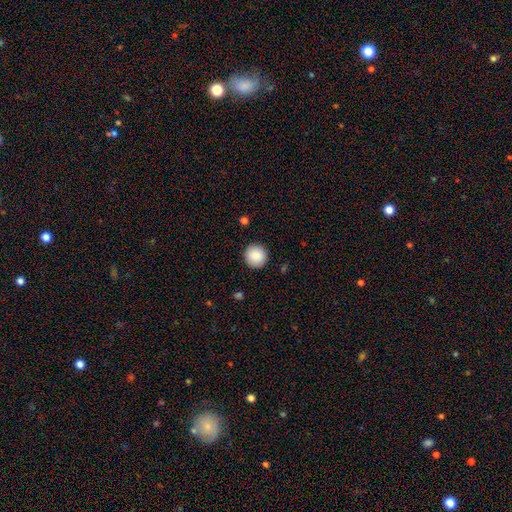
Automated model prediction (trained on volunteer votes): Smooth or featured: smooth — 87% (star or artifact — 8%)
How rounded: round — 95% (in between — 4%)
Merging: none — 92% (minor disturbance — 5%)